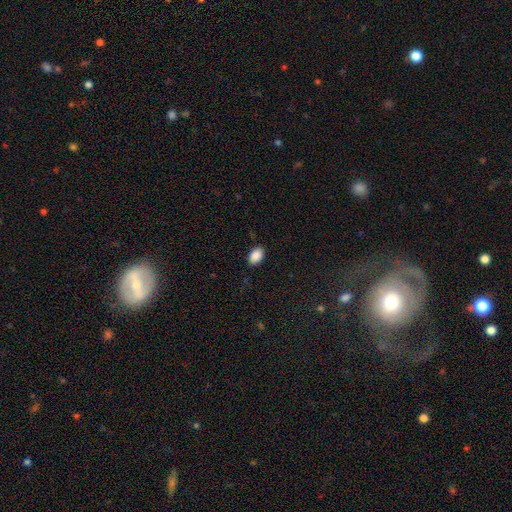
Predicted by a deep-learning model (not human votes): This is clearly a smooth galaxy (90%). How rounded: clearly in between (90%). Merging: clearly none (88%).